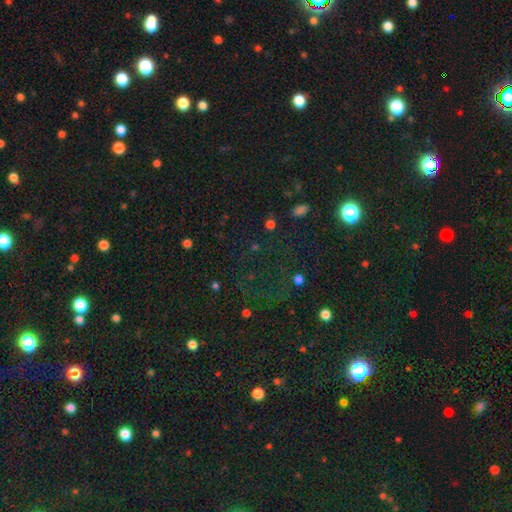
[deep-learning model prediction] star or artifact 71%, smooth 22%, featured or disk 8%.